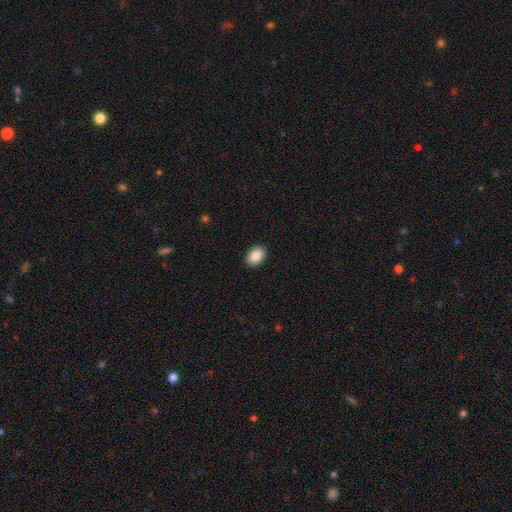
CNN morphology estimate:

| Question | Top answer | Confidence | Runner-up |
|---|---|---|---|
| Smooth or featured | smooth | 88% | star or artifact (8%) |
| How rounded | in between | 81% | round (18%) |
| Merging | none | 90% | minor disturbance (7%) |